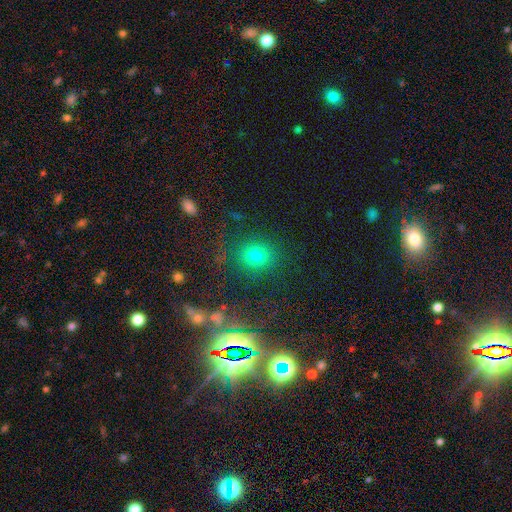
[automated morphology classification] Overall: smooth (73%). How rounded: round (75%). Merging: none (80%).